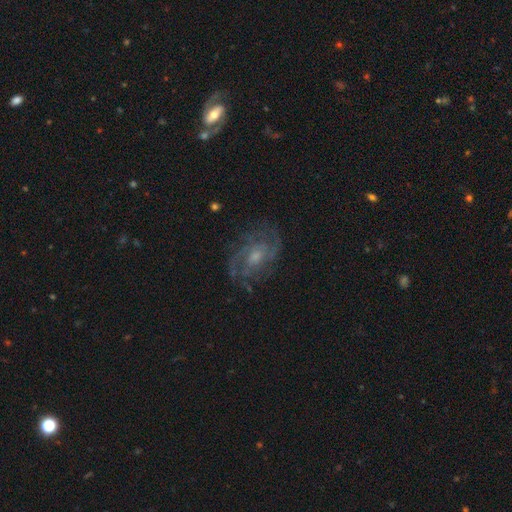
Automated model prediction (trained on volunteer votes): The model was most divided on "spiral arm count": 2: 28%, can't tell: 27%, 3: 24%, 4: 11%, more than 4: 5%, 1: 5%. Remaining: edge-on disk — no (97%); spiral arms — yes (93%); smooth or featured — featured or disk (83%); merging — none (72%); bar — no (59%); bulge size — moderate (48%); spiral winding — medium (45%).